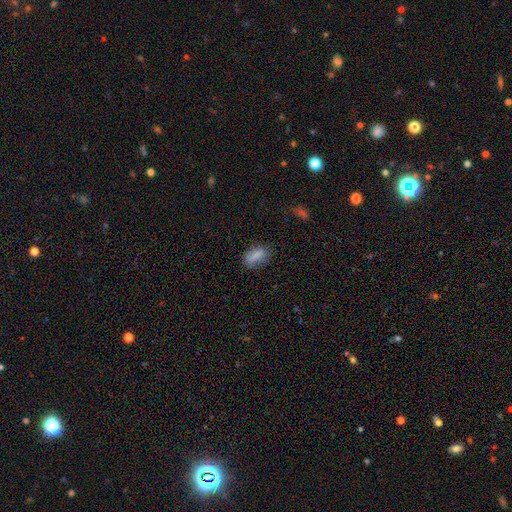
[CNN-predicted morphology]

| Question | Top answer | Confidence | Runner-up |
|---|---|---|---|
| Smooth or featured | smooth | 80% | featured or disk (10%) |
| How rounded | in between | 79% | cigar-shaped (15%) |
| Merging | none | 74% | minor disturbance (18%) |